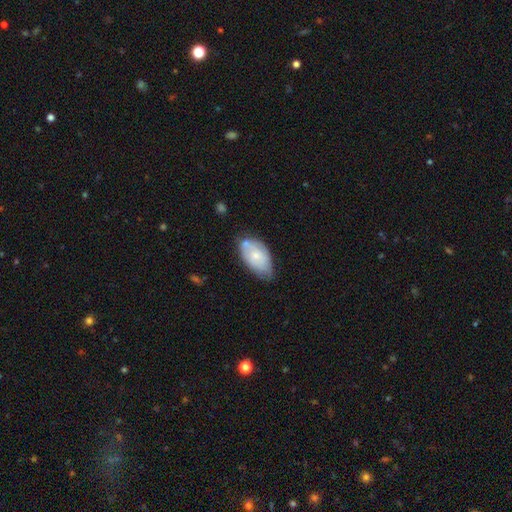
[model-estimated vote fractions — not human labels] Q: Smooth or featured?
A: smooth (59%); runner-up: featured or disk (35%)
Q: How rounded?
A: in between (94%); runner-up: round (4%)
Q: Merging?
A: none (51%); runner-up: minor disturbance (34%)